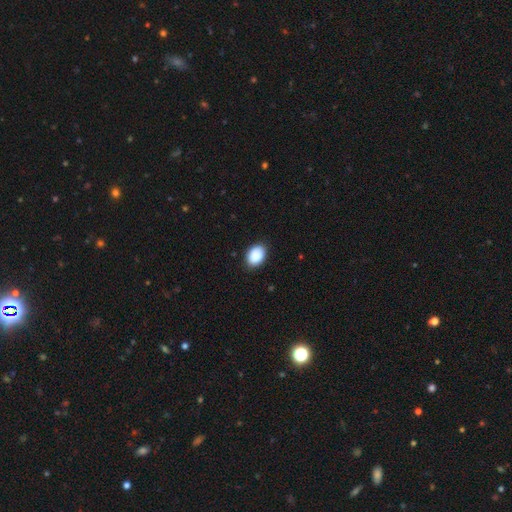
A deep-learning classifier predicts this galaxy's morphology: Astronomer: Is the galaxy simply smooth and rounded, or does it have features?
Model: smooth — 90%.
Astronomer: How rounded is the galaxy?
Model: in between — 82%.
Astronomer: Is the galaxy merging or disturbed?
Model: none — 86%.